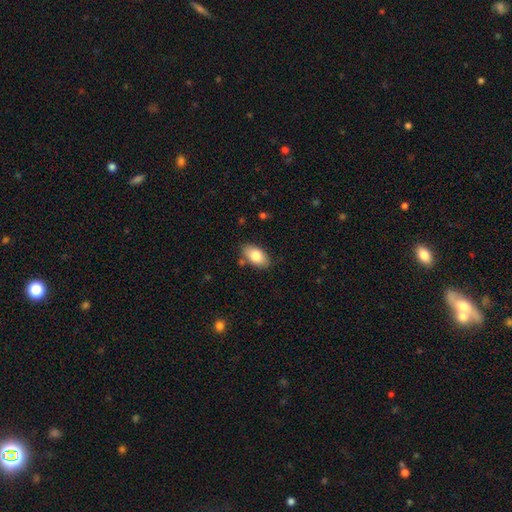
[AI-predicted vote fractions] Smooth or featured: smooth — 81% (featured or disk — 12%)
How rounded: in between — 93% (round — 5%)
Merging: none — 81% (minor disturbance — 13%)